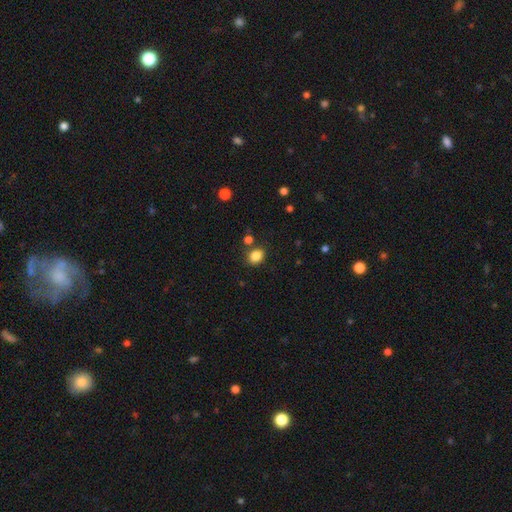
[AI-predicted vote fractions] smooth 85%, star or artifact 11%, featured or disk 5%. Down the decision tree: how rounded — round (51%); merging — none (78%).